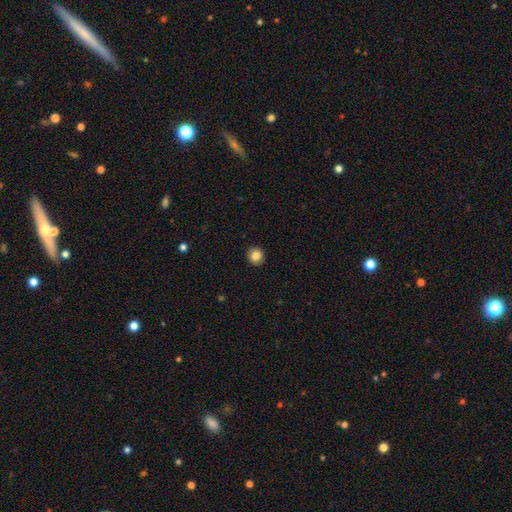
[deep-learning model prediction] Smooth or featured? smooth (85%)
How rounded? round (92%)
Merging? none (93%)